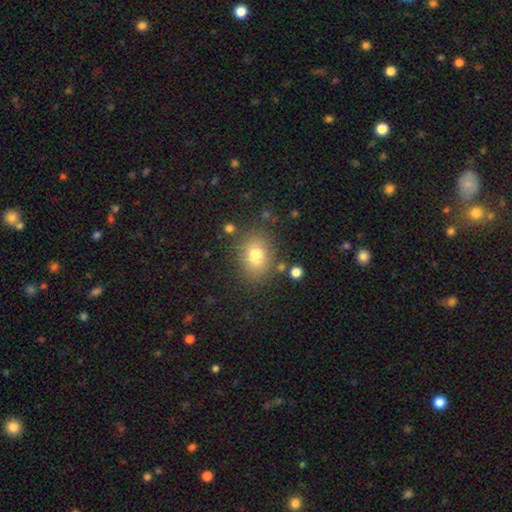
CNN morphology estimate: Smooth or featured? smooth (76%)
How rounded? in between (55%)
Merging? none (80%)